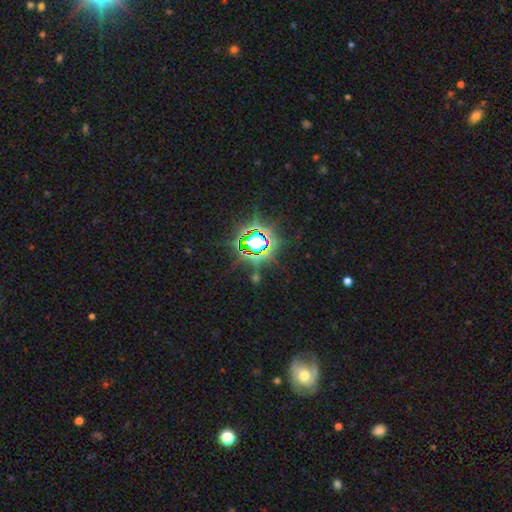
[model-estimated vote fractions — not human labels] This is likely a star or artifact rather than a galaxy (78%).